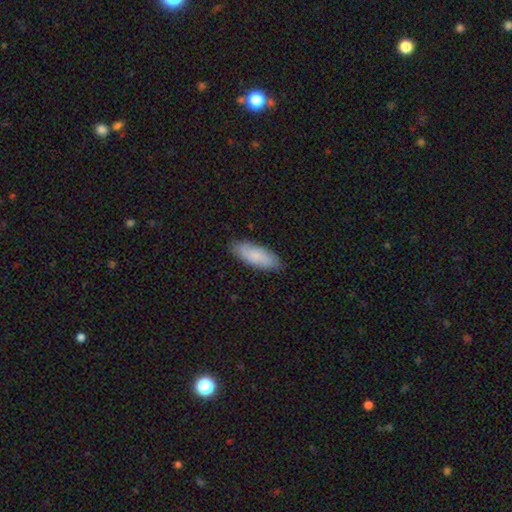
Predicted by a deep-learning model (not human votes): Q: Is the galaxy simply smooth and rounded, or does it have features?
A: smooth — 77%.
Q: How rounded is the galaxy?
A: in between — 73%.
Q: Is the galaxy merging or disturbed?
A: none — 84%.